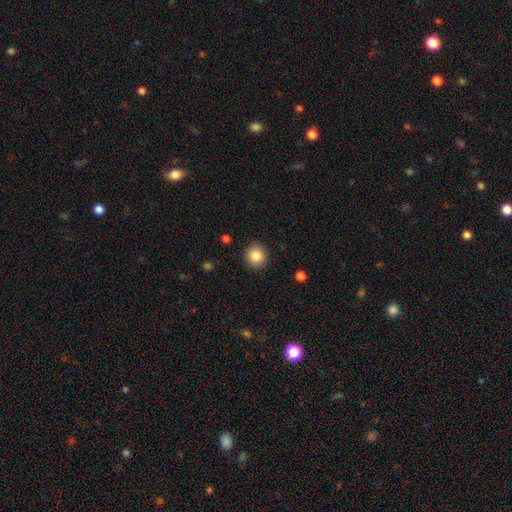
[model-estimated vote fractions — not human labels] Smooth or featured? smooth (86%)
How rounded? round (87%)
Merging? none (90%)